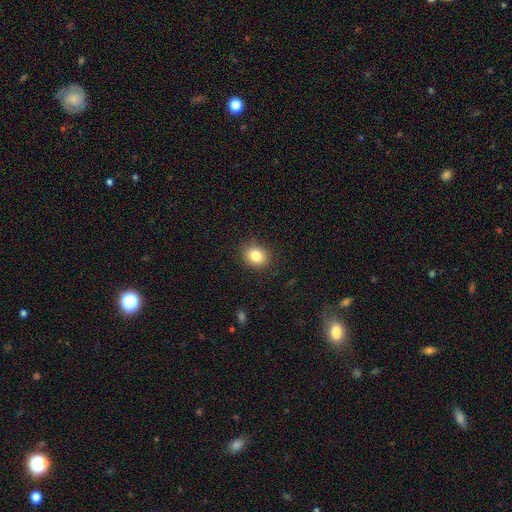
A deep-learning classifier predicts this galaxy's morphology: This appears to be a smooth galaxy with no disk features (83%) that is round (54%). Merging: none (88%).